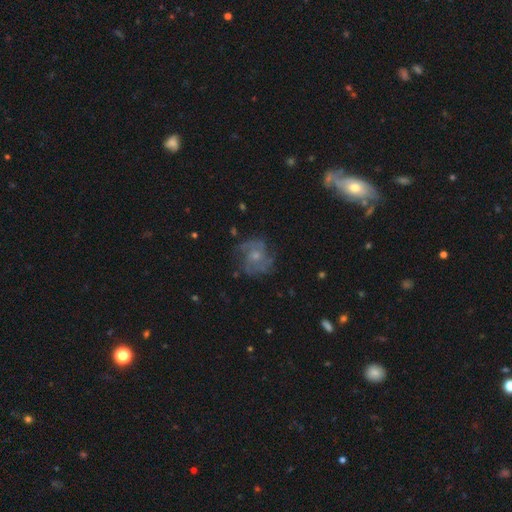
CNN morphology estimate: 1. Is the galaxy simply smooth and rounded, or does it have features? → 74% featured or disk, 15% smooth, 10% star or artifact.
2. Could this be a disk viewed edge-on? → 98% no, 2% yes.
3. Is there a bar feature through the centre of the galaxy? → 77% no, 20% weak, 3% strong.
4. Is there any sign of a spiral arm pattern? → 90% yes, 10% no.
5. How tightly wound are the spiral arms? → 47% medium, 36% tight, 17% loose.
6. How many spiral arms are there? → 31% 3, 25% can't tell, 19% 2, 14% 4, 6% more than 4, 6% 1.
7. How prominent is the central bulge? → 58% small, 33% moderate, 5% none, 2% large, 1% dominant.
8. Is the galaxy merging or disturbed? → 70% none, 18% minor disturbance, 11% major disturbance, 2% merger.